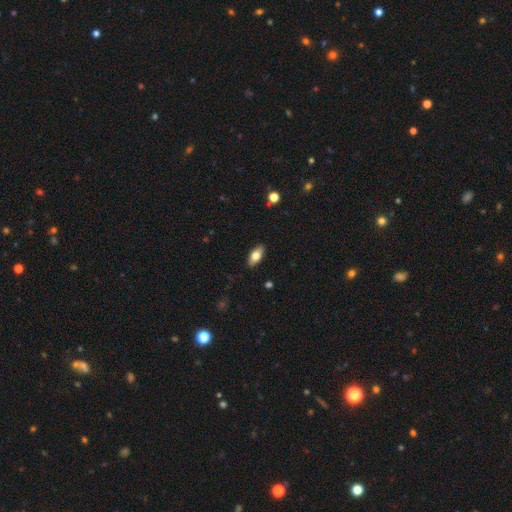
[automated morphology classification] smooth 74%, featured or disk 19%, star or artifact 7%. Down the decision tree: how rounded — in between (86%); merging — none (89%).